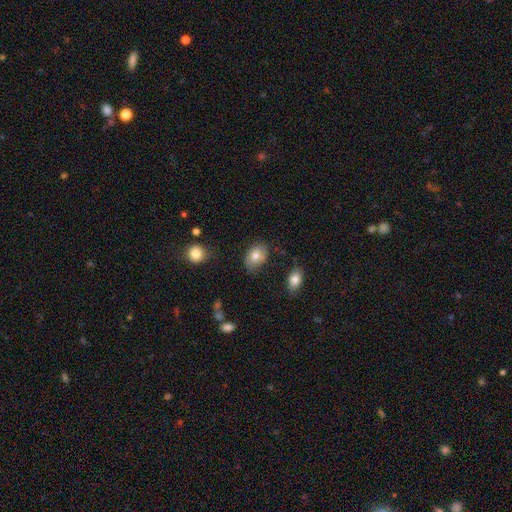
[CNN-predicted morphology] This appears to be a smooth galaxy with no disk features (78%) that is in between round and cigar-shaped (82%). Merging: none (74%).